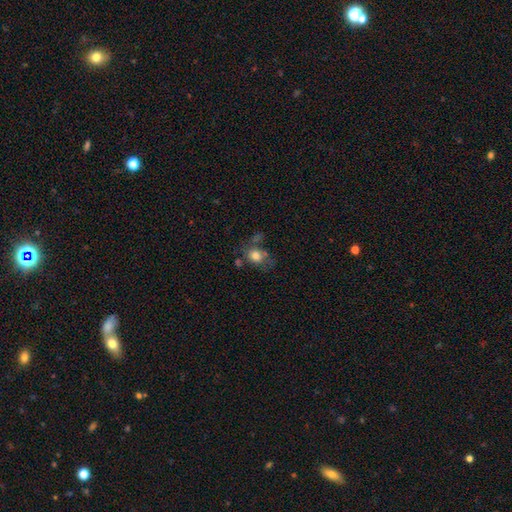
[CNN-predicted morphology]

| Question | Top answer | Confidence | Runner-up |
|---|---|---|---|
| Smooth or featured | smooth | 74% | featured or disk (16%) |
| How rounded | round | 54% | in between (44%) |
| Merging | none | 45% | minor disturbance (23%) |